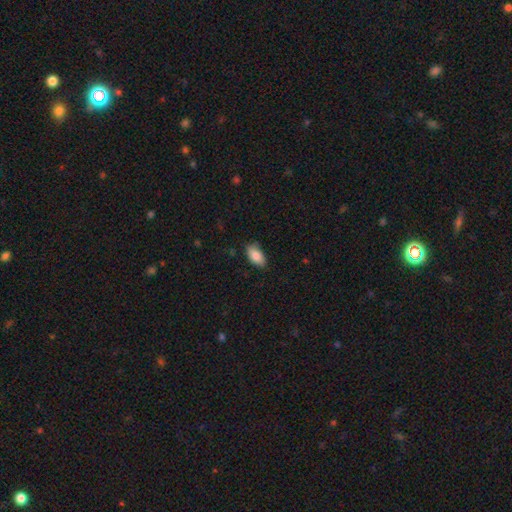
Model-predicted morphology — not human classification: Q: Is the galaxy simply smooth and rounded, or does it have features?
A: smooth — 85%.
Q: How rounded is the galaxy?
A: in between — 93%.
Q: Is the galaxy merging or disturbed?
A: none — 81%.